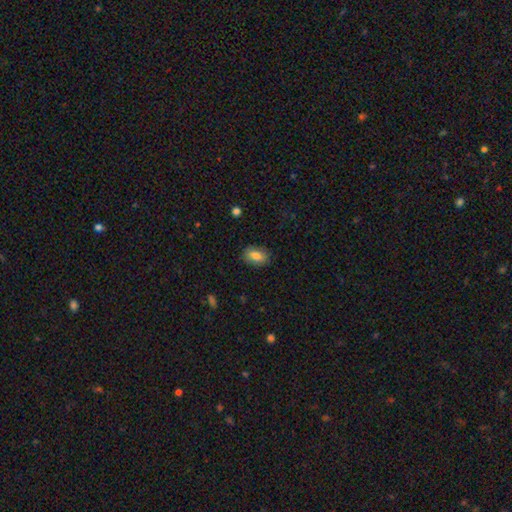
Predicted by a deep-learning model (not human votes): smooth-or-featured: smooth: 82% | featured or disk: 11% | star or artifact: 8%
  how-rounded: in between: 87% | round: 11% | cigar-shaped: 2%
  merging: none: 85% | minor disturbance: 11% | major disturbance: 3% | merger: 1%